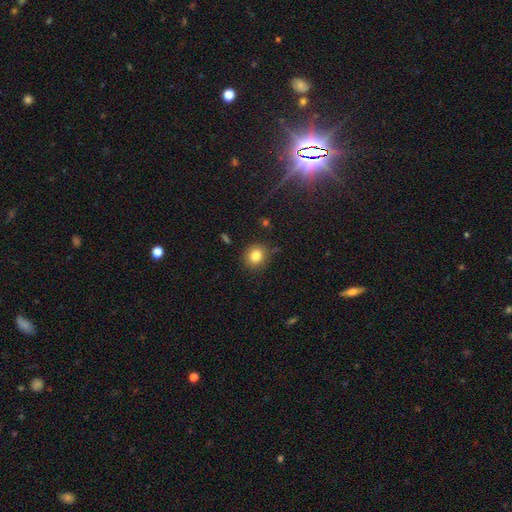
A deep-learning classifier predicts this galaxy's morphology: This is clearly a smooth galaxy (83%). How rounded: clearly round (82%). Merging: clearly none (83%).